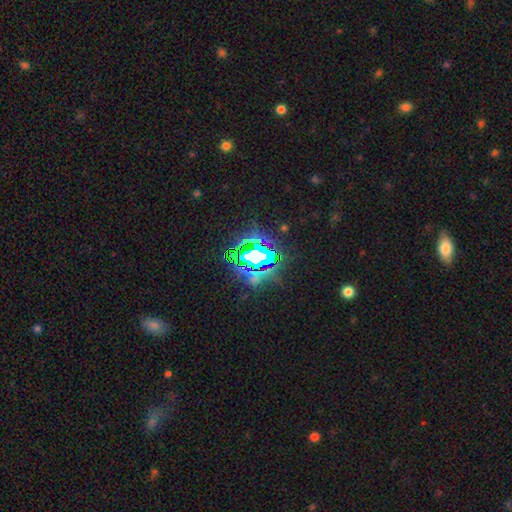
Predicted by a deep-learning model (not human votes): Smooth or featured? Predicted: star or artifact (p=0.75).